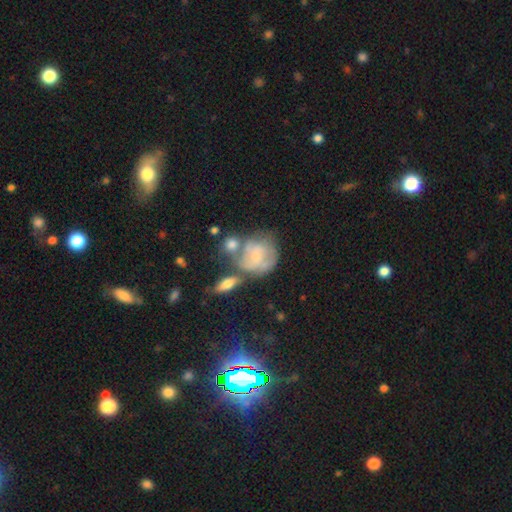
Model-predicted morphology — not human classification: This is possibly a featured or disk galaxy (56%). It is clearly not viewed edge-on (97%). Bar: likely no (66%). Spiral arm pattern: likely yes (65%). Central bulge: possibly small (58%). Merging: marginally none (36%).